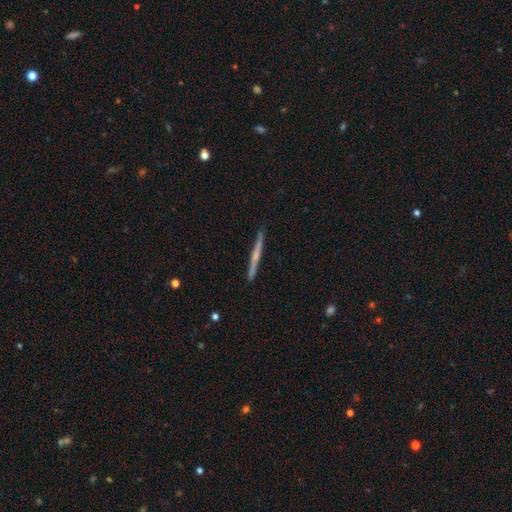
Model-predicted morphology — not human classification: Smooth or featured?
  - featured or disk: 64% *
  - smooth: 30%
  - star or artifact: 6%
Edge-on disk?
  - yes: 98% *
  - no: 2%
Edge-on bulge?
  - rounded: 51% *
  - none: 42%
  - boxy: 8%
Merging?
  - none: 91% *
  - minor disturbance: 6%
  - major disturbance: 1%
  - merger: 1%